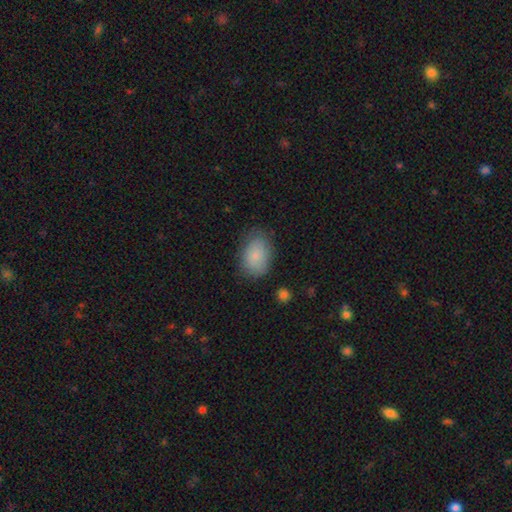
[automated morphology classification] The model was most divided on "merging": none: 73%, minor disturbance: 20%, major disturbance: 6%, merger: 2%. More confident: smooth or featured — smooth (84%); how rounded — in between (82%).